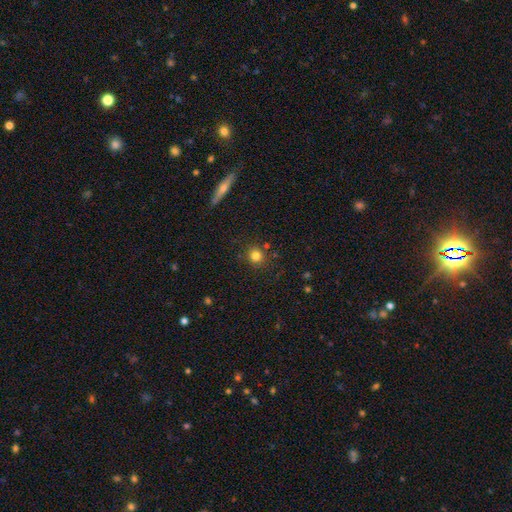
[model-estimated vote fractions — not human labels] Morphology: type=smooth (81%); roundness=round (88%); merging=none (84%).